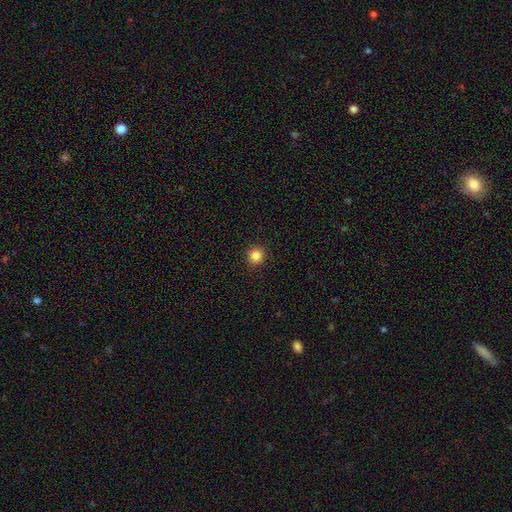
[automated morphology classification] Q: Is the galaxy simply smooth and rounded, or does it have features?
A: smooth — 85%.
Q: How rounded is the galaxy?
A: round — 93%.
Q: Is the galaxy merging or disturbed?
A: none — 92%.